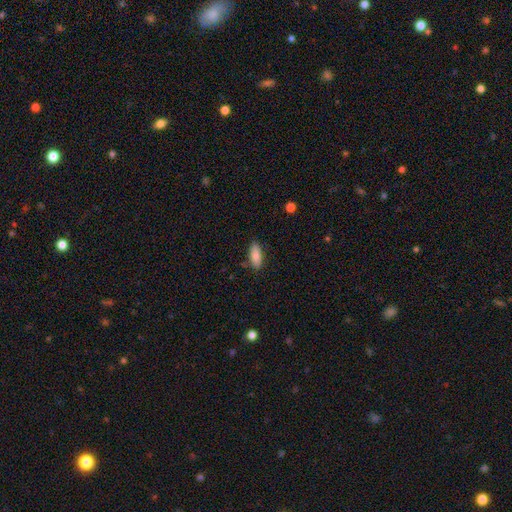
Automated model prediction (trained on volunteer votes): The model was most divided on "how rounded": in between: 75%, cigar-shaped: 23%, round: 2%. More confident: smooth or featured — smooth (87%); merging — none (84%).